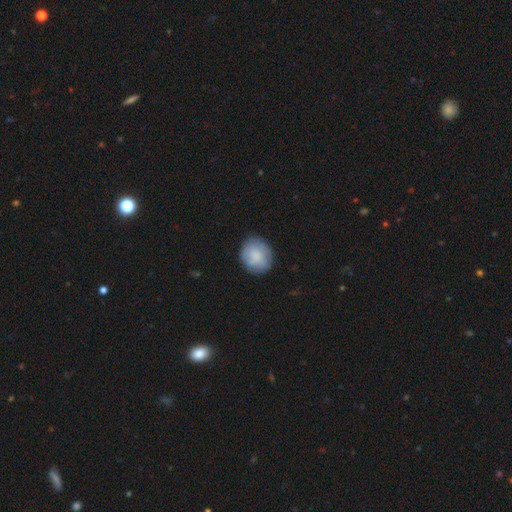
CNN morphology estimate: smooth_or_featured: smooth (p=0.78) [alt: featured or disk p=0.16]
how_rounded: round (p=0.80) [alt: in between p=0.19]
merging: none (p=0.80) [alt: minor disturbance p=0.15]